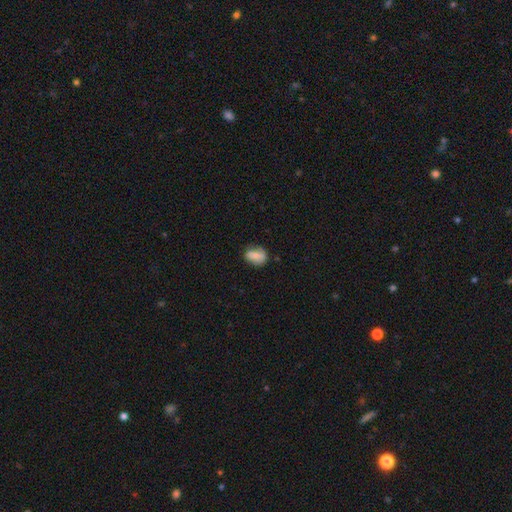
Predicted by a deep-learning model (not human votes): Smooth or featured? Predicted: smooth (p=0.68). How rounded? Predicted: in between (p=0.70). Merging? Predicted: none (p=0.62).